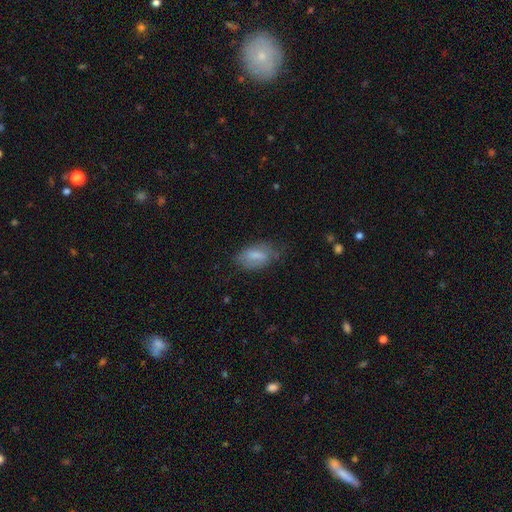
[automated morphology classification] A smooth galaxy with no disk features (73%) that is in between round and cigar-shaped (89%).

Vote fractions:
- Smooth or featured? smooth: 73% / featured or disk: 19% / star or artifact: 8%
- How rounded? in between: 89% / round: 5% / cigar-shaped: 5%
- Merging? none: 58% / minor disturbance: 30% / major disturbance: 11% / merger: 2%